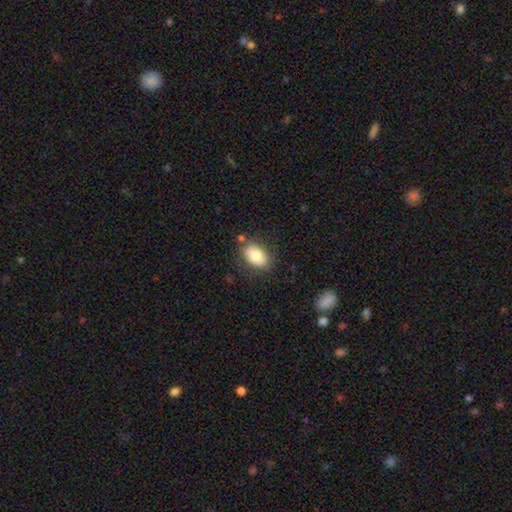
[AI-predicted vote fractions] This appears to be a smooth galaxy with no disk features (79%) that is in between round and cigar-shaped (84%). Merging: none (80%).